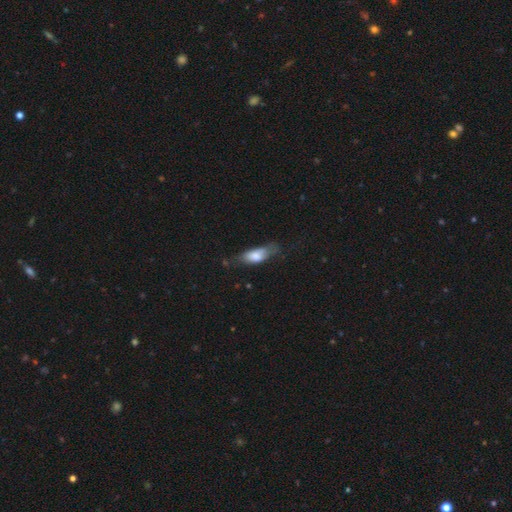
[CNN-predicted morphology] smooth 72%, featured or disk 21%, star or artifact 7%. Down the decision tree: how rounded — in between (72%); merging — none (43%).